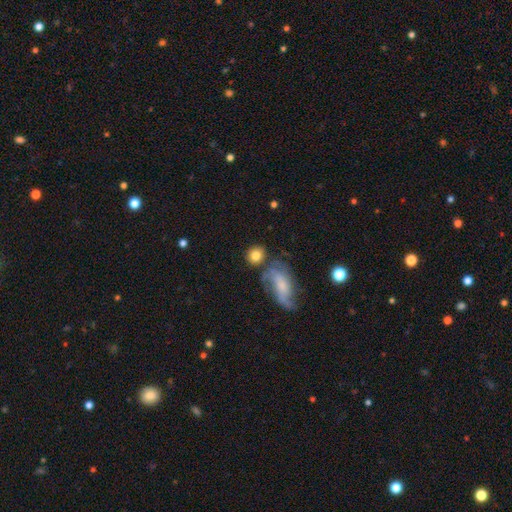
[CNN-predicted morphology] This is likely a smooth galaxy (79%). How rounded: likely round (75%). Merging: likely none (66%).